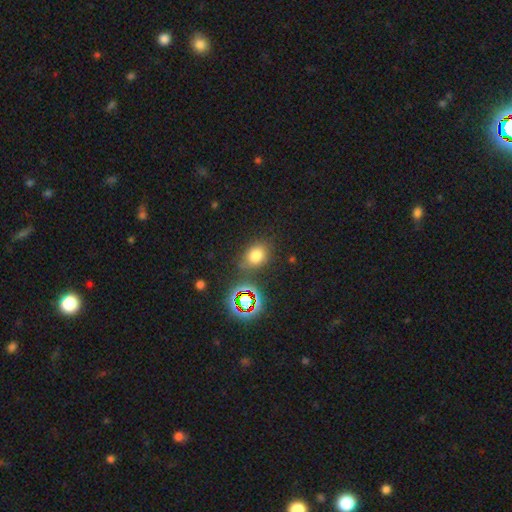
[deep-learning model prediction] A smooth galaxy with no disk features (70%) that is in between round and cigar-shaped (54%). Merging: none (77%).